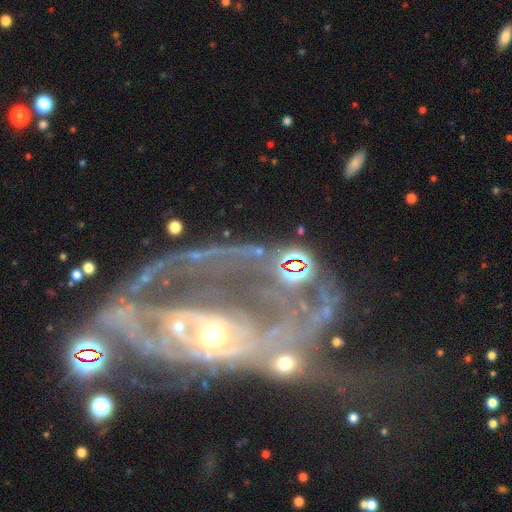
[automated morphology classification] This is likely a featured or disk galaxy (79%). It is clearly not viewed edge-on (95%). Bar: likely no (70%). Spiral arm pattern: likely yes (63%). Central bulge: marginally moderate (45%). Merging: possibly major disturbance (45%).